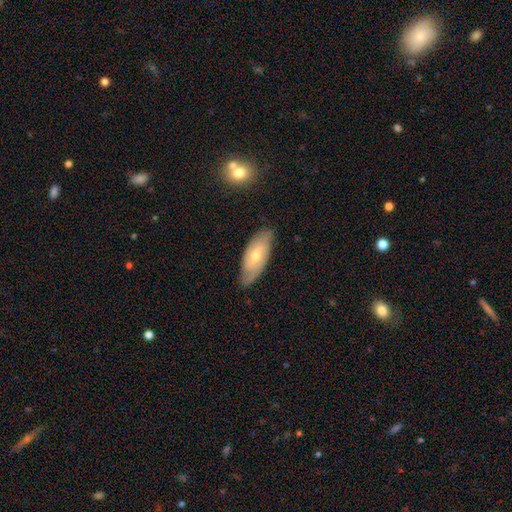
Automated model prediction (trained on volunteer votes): Smooth or featured? Predicted: featured or disk (p=0.48). Merging? Predicted: none (p=0.77).